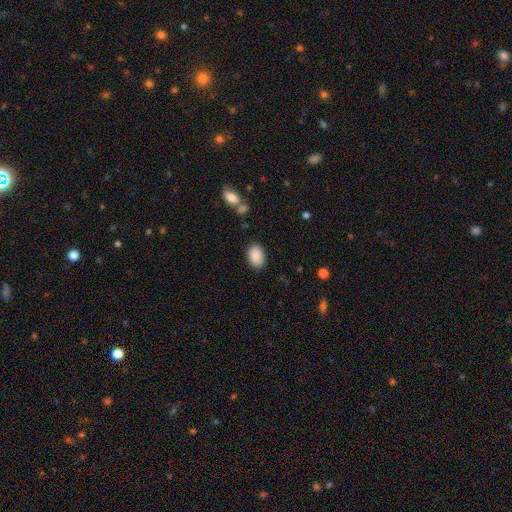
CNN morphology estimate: smooth 88%, star or artifact 7%, featured or disk 5%. Down the decision tree: how rounded — in between (87%); merging — none (86%).